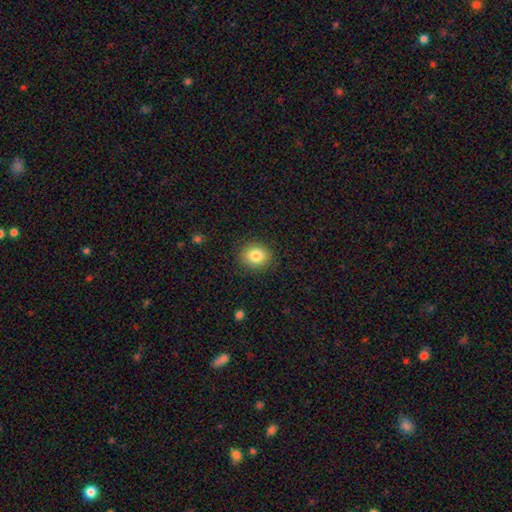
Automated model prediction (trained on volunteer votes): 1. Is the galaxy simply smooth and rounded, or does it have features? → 83% smooth, 10% star or artifact, 7% featured or disk.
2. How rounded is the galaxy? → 71% round, 28% in between, 1% cigar-shaped.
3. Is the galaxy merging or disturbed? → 89% none, 7% minor disturbance, 2% major disturbance, 1% merger.